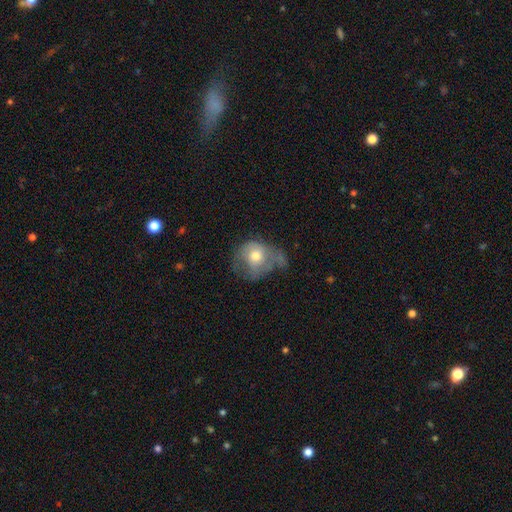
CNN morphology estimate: Smooth or featured?
  - smooth: 57% *
  - featured or disk: 35%
  - star or artifact: 8%
How rounded?
  - round: 63% *
  - in between: 36%
  - cigar-shaped: 1%
Merging?
  - major disturbance: 46% *
  - minor disturbance: 27%
  - none: 22%
  - merger: 5%